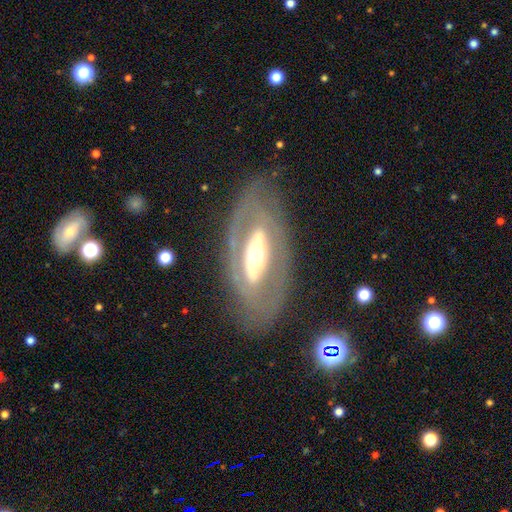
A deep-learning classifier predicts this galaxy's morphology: A featured or disk galaxy (75%) with no bar (43%), no spiral arms (65%) and a moderate central bulge (62%). Merging: none (73%).